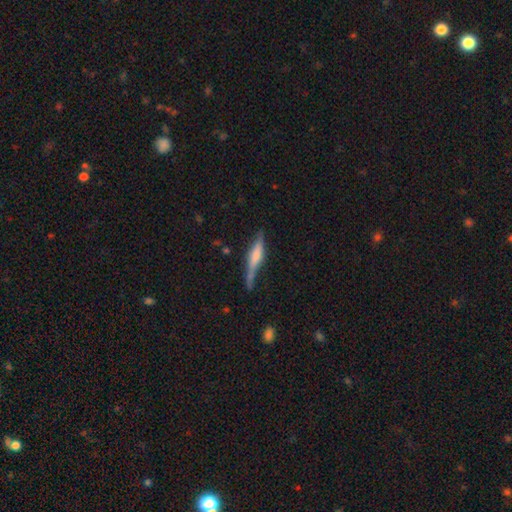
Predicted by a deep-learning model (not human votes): A featured or disk galaxy (60%) viewed edge-on (92%) with a rounded central bulge (62%). Merging: none (66%).